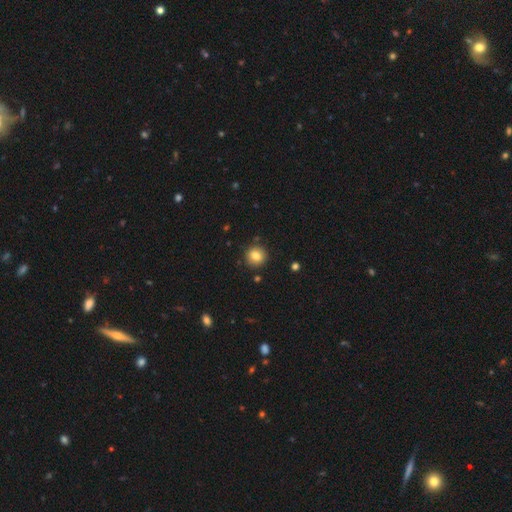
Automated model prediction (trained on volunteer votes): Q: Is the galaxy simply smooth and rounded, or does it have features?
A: smooth — 83%.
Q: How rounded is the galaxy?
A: round — 91%.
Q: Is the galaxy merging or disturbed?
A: none — 89%.